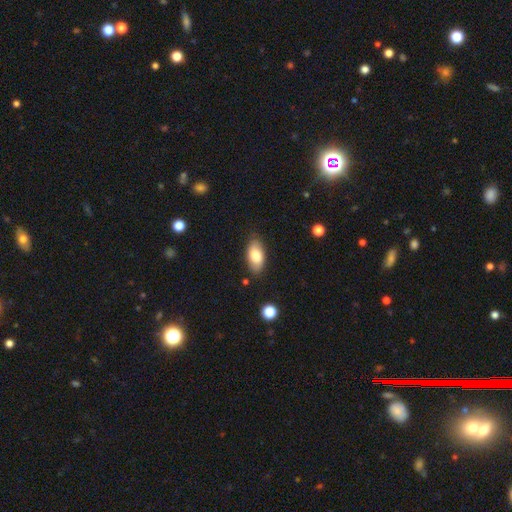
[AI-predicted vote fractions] Smooth or featured? smooth (80%)
How rounded? in between (93%)
Merging? none (83%)